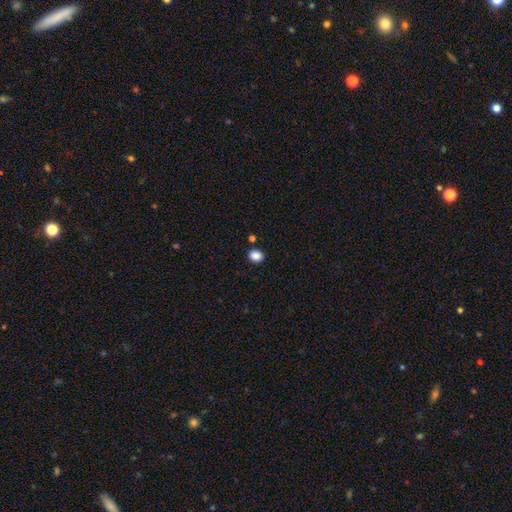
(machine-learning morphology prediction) A smooth galaxy with no disk features (87%) that is in between round and cigar-shaped (53%).

Vote fractions:
- Smooth or featured? smooth: 87% / star or artifact: 10% / featured or disk: 3%
- How rounded? in between: 53% / round: 46% / cigar-shaped: 1%
- Merging? none: 86% / minor disturbance: 8% / merger: 4% / major disturbance: 2%